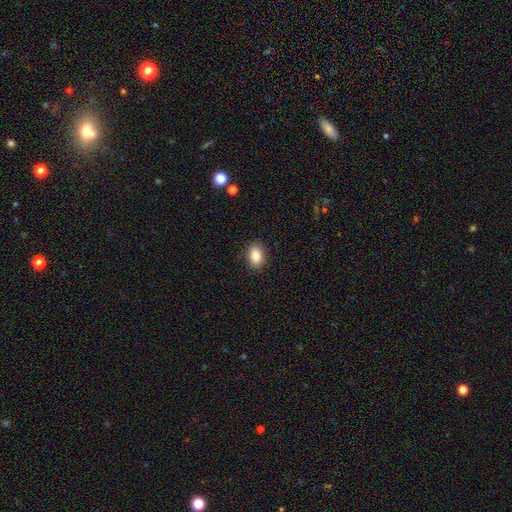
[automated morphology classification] smooth-or-featured: smooth: 86% | star or artifact: 8% | featured or disk: 6%
  how-rounded: in between: 80% | round: 19% | cigar-shaped: 1%
  merging: none: 88% | minor disturbance: 9% | major disturbance: 2% | merger: 1%